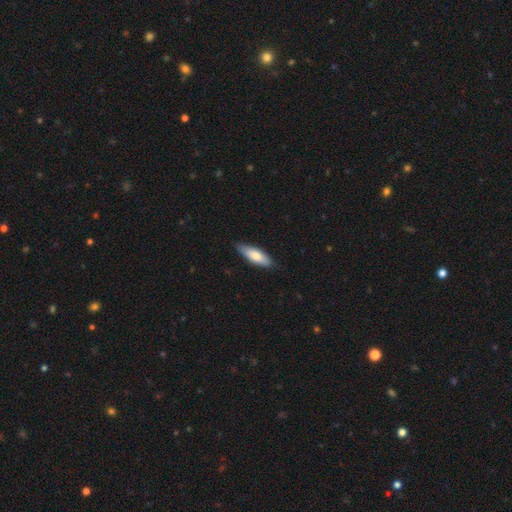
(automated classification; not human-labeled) Smooth or featured: smooth — 73% (featured or disk — 21%)
How rounded: in between — 62% (cigar-shaped — 36%)
Merging: none — 82% (minor disturbance — 15%)